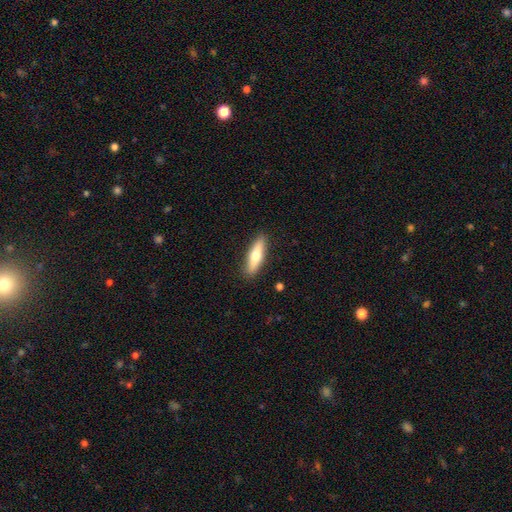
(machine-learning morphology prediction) The model was most divided on "smooth or featured": smooth: 59%, featured or disk: 35%, star or artifact: 6%. More confident: merging — none (89%); how rounded — cigar-shaped (67%).